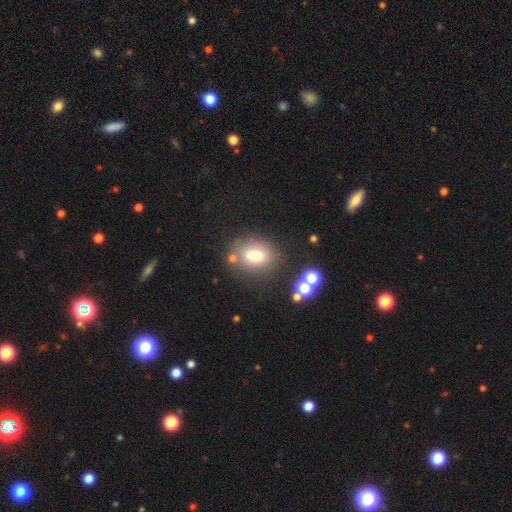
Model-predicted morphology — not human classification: smooth-or-featured: smooth: 71% | featured or disk: 15% | star or artifact: 14%
  how-rounded: in between: 55% | round: 44% | cigar-shaped: 1%
  merging: none: 67% | minor disturbance: 14% | merger: 13% | major disturbance: 6%